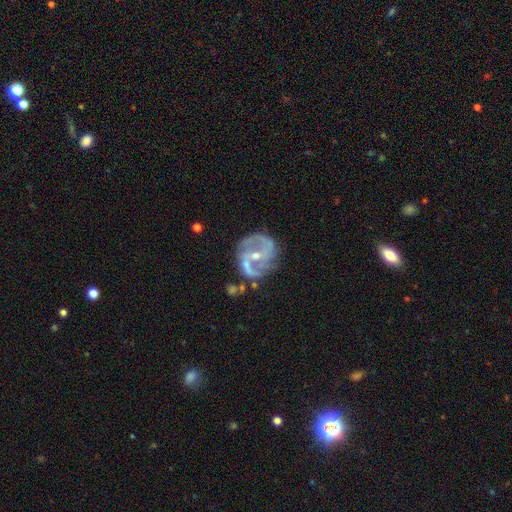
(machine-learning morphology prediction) Overall: featured or disk (88%). Edge-on disk: no (97%). Bar: weak (36%; strong 32%). Spiral arms: yes (95%). Spiral arm count: 2 (78%). Spiral winding: medium (52%; loose 25%). Bulge size: small (61%; moderate 36%). Merging: none (65%).